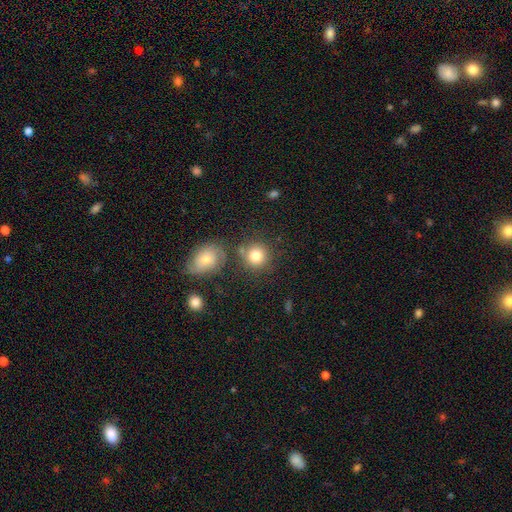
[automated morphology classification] Smooth or featured: smooth — 78% (featured or disk — 12%)
How rounded: round — 85% (in between — 14%)
Merging: none — 67% (merger — 16%)